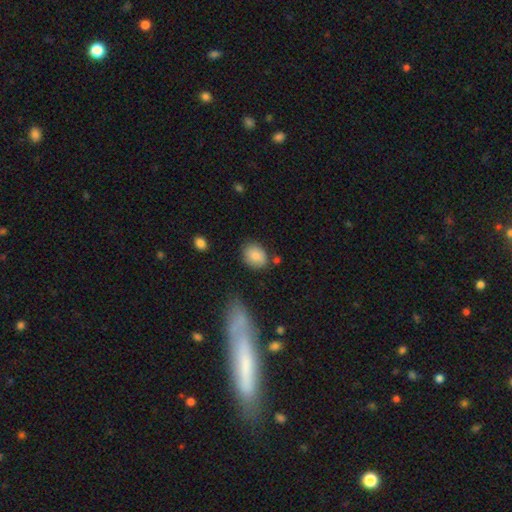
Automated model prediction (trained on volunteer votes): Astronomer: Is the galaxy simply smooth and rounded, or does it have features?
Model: smooth — 85%.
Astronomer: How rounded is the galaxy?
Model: in between — 57% (runner-up: round, 42%).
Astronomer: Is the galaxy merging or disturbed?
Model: none — 76%.